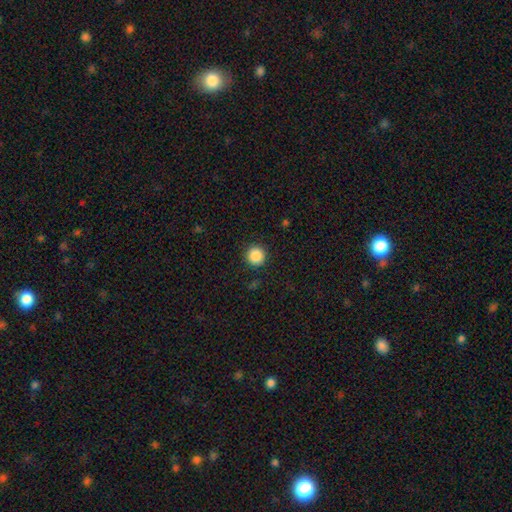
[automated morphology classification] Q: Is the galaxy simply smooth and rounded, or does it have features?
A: smooth — 87%.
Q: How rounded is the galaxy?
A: round — 95%.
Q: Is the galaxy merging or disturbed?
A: none — 91%.